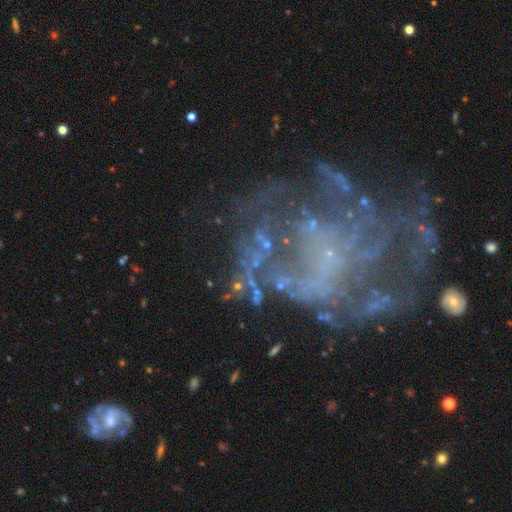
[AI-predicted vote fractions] Smooth or featured: featured or disk — 63% (star or artifact — 24%)
Edge-on disk: no — 97% (yes — 3%)
Bar: no — 80% (weak — 14%)
Spiral arms: no — 53% (yes — 47%)
Bulge size: none — 49% (small — 41%)
Merging: none — 48% (major disturbance — 30%)